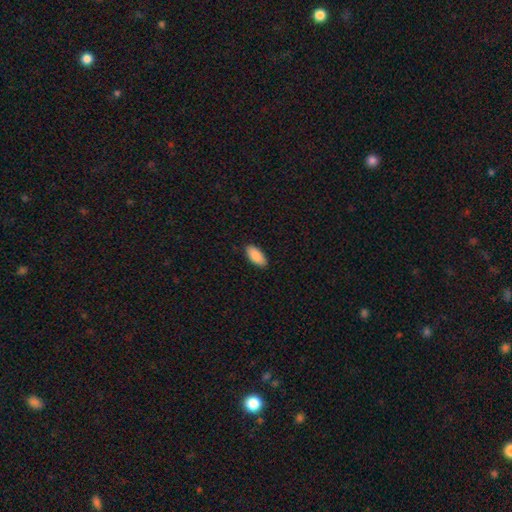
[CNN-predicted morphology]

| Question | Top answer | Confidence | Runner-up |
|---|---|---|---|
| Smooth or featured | smooth | 89% | star or artifact (6%) |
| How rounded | in between | 92% | cigar-shaped (6%) |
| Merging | none | 88% | minor disturbance (9%) |